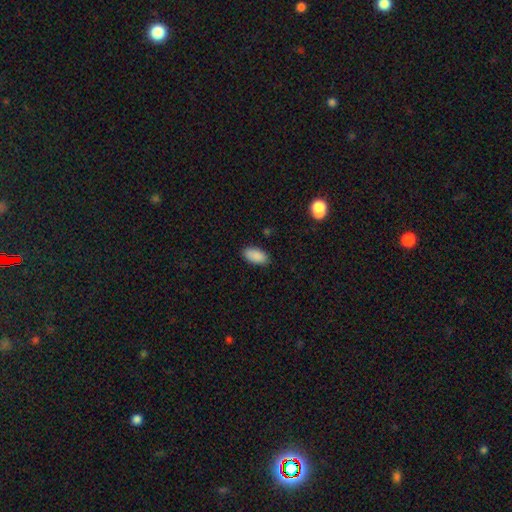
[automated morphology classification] Smooth or featured: smooth — 89% (star or artifact — 7%)
How rounded: in between — 92% (cigar-shaped — 5%)
Merging: none — 86% (minor disturbance — 11%)